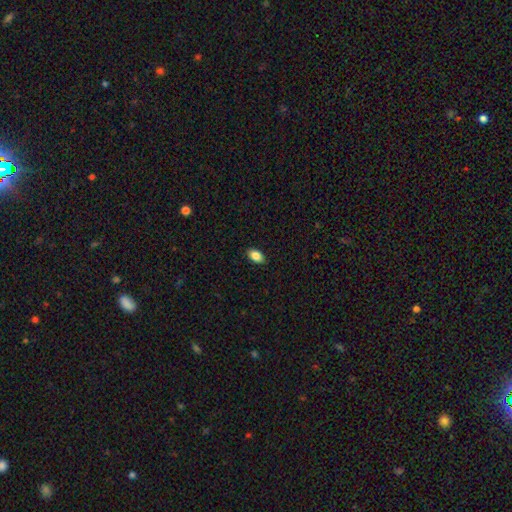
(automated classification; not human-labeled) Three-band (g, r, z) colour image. It shows a smooth galaxy with no disk features (85%) that is in between round and cigar-shaped (92%). Merging: none (89%).